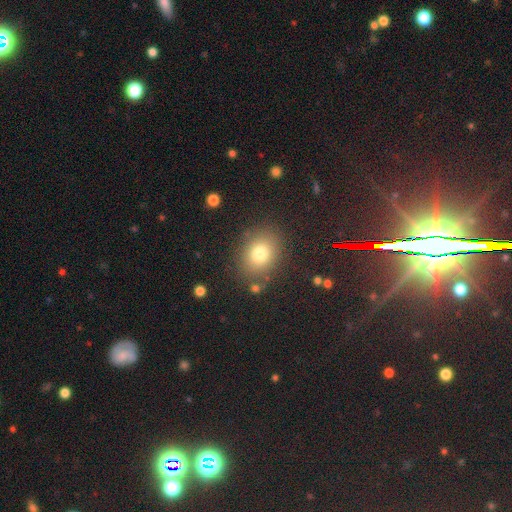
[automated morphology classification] This is likely a smooth galaxy (74%). How rounded: possibly in between (53%). Merging: clearly none (83%).